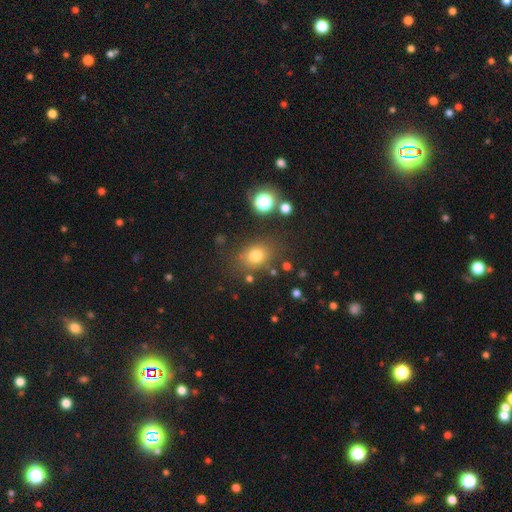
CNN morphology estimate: smooth 75%, star or artifact 16%, featured or disk 9%. Down the decision tree: how rounded — in between (52%); merging — none (77%).